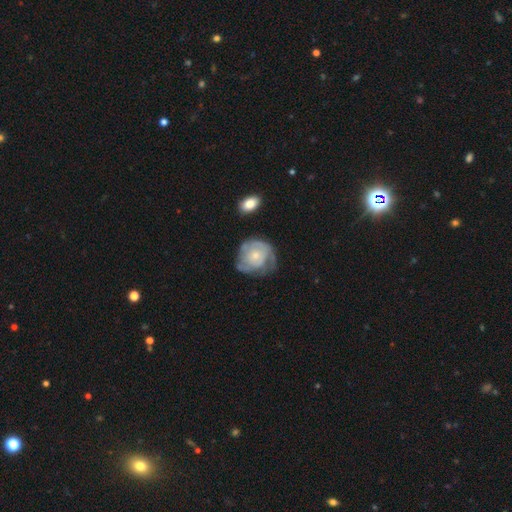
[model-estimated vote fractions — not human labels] Smooth or featured? Predicted: featured or disk (p=0.67). Edge-on disk? Predicted: no (p=0.98). Bar? Predicted: no (p=0.83). Spiral arms? Predicted: yes (p=0.78). Spiral winding? Predicted: tight (p=0.61). Spiral arm count? Predicted: can't tell (p=0.44). Bulge size? Predicted: small (p=0.65). Merging? Predicted: none (p=0.50).